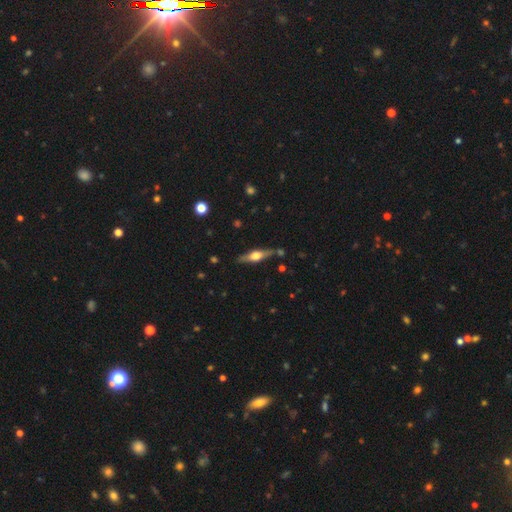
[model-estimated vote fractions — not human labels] smooth_or_featured: featured or disk (p=0.66) [alt: smooth p=0.28]
disk_edge_on: yes (p=0.95) [alt: no p=0.05]
edge_on_bulge: rounded (p=0.92) [alt: boxy p=0.06]
merging: none (p=0.83) [alt: minor disturbance p=0.11]